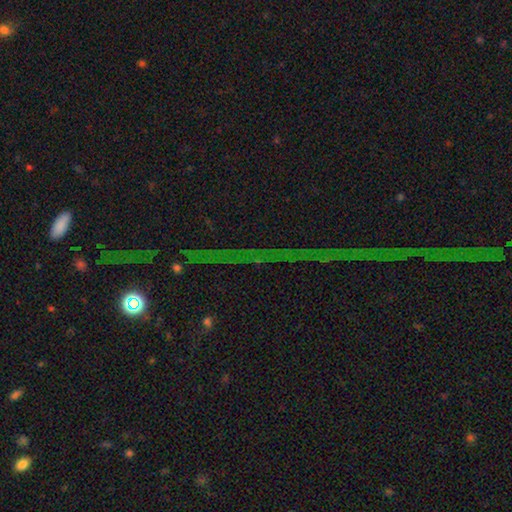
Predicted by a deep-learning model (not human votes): Morphology: type=star or artifact (82%).